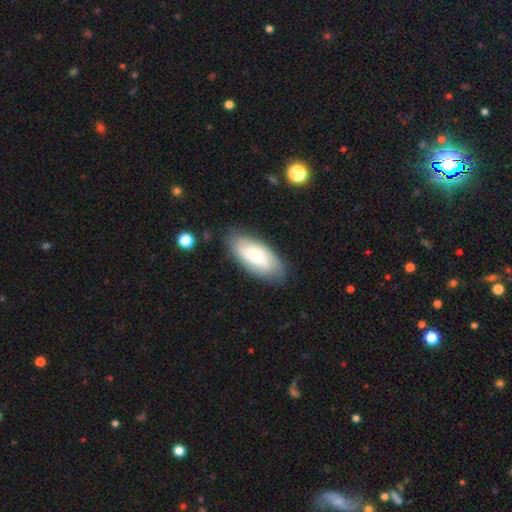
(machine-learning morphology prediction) This appears to be a featured or disk galaxy (58%) with no bar (59%), spiral arms (92%) and a small central bulge (43%). Merging: none (78%).